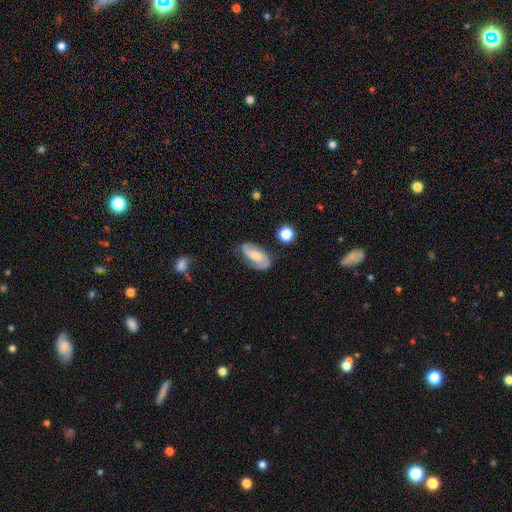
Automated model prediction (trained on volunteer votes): Smooth or featured?
  - featured or disk: 50% *
  - smooth: 42%
  - star or artifact: 8%
Edge-on disk?
  - no: 93% *
  - yes: 7%
Merging?
  - none: 66% *
  - minor disturbance: 23%
  - major disturbance: 8%
  - merger: 3%